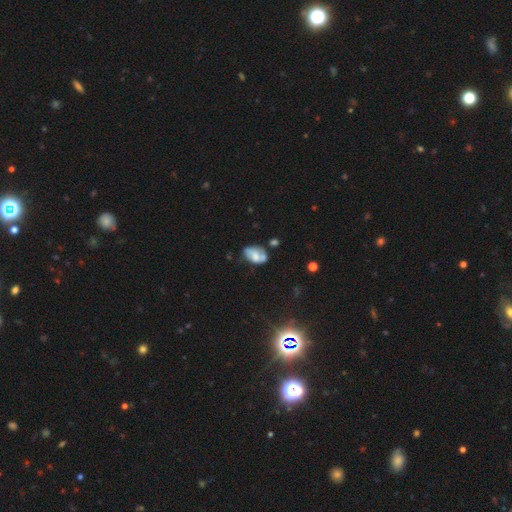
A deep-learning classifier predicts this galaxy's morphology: This appears to be a smooth galaxy with no disk features (50%) that is in between round and cigar-shaped (86%). Merging: none (38%).